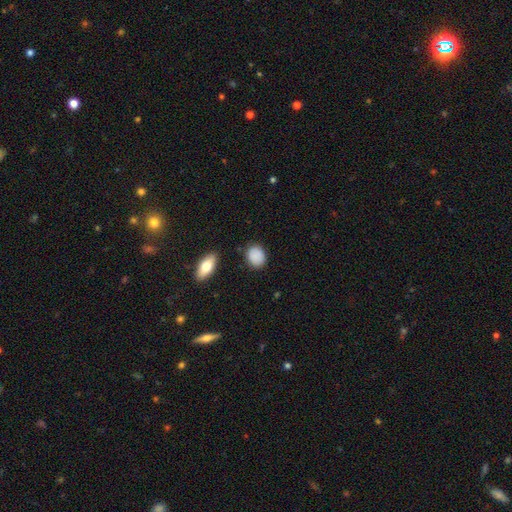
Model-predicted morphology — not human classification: A smooth galaxy with no disk features (89%) that is in between round and cigar-shaped (52%).

Vote fractions:
- Smooth or featured? smooth: 89% / star or artifact: 7% / featured or disk: 4%
- How rounded? in between: 52% / round: 46% / cigar-shaped: 2%
- Merging? none: 83% / minor disturbance: 12% / major disturbance: 3% / merger: 2%